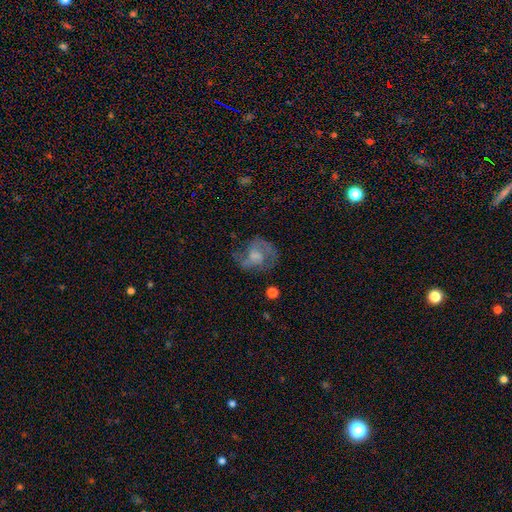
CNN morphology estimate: smooth-or-featured: featured or disk: 64% | smooth: 27% | star or artifact: 9%
  disk-edge-on: no: 98% | yes: 2%
    bar: no: 57% | weak: 37% | strong: 7%
    has-spiral-arms: yes: 79% | no: 21%
    bulge-size: moderate: 32% | none: 30% | small: 20% | large: 16% | dominant: 2%
  merging: none: 49% | major disturbance: 25% | minor disturbance: 23% | merger: 3%